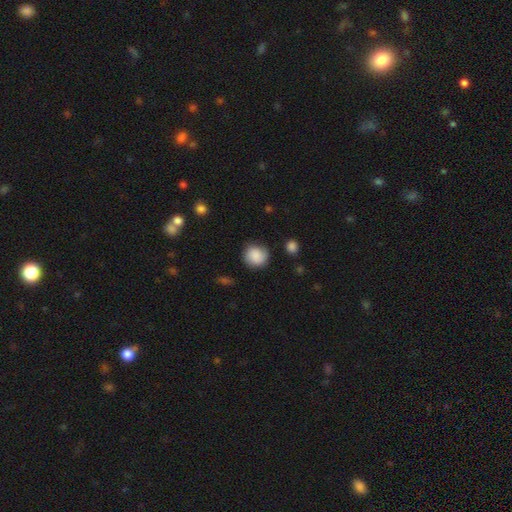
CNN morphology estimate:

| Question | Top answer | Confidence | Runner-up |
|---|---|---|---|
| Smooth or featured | smooth | 82% | featured or disk (11%) |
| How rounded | round | 88% | in between (11%) |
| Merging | none | 79% | minor disturbance (15%) |